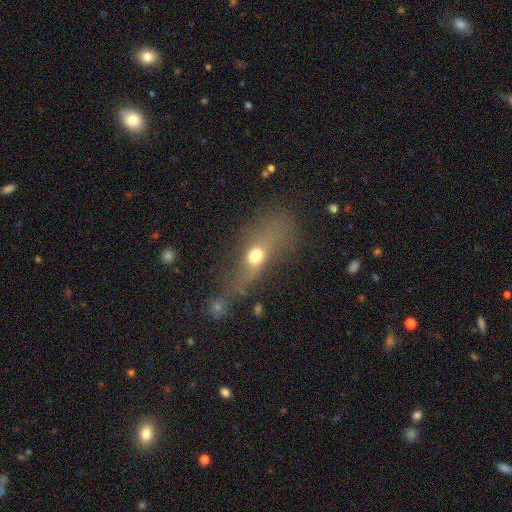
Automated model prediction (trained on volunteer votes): Morphology: type=smooth (52%); roundness=in between (51%); merging=none (38%).